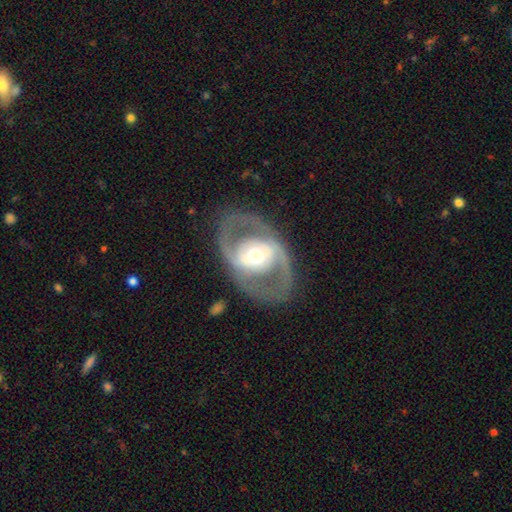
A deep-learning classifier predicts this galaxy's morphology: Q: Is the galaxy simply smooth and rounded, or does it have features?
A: featured or disk — 78%.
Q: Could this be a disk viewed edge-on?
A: no — 94%.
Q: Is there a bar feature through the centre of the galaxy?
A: no — 50%.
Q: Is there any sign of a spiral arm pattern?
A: yes — 53%.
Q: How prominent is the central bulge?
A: moderate — 65%.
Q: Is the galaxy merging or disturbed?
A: none — 78%.